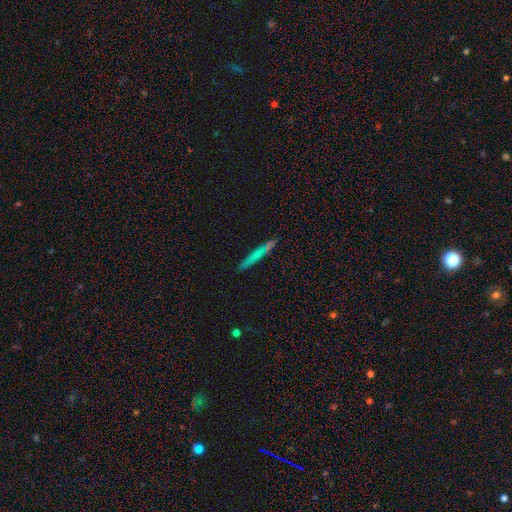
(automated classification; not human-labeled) Smooth or featured?
  - smooth: 59% *
  - featured or disk: 32%
  - star or artifact: 9%
How rounded?
  - cigar-shaped: 95% *
  - in between: 3%
  - round: 2%
Merging?
  - none: 84% *
  - minor disturbance: 10%
  - merger: 4%
  - major disturbance: 2%